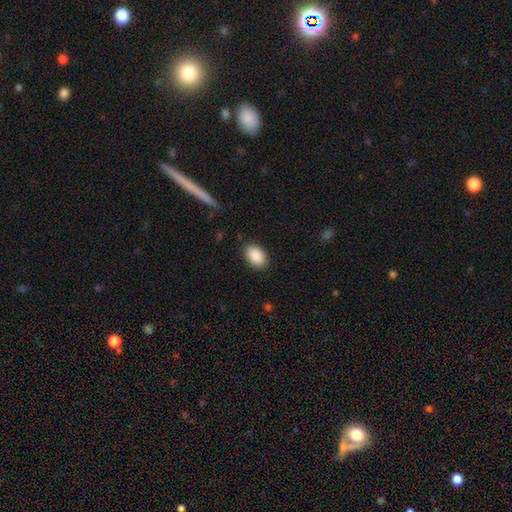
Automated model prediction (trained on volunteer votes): smooth-or-featured: smooth: 89% | star or artifact: 7% | featured or disk: 4%
  how-rounded: in between: 84% | round: 14% | cigar-shaped: 1%
  merging: none: 87% | minor disturbance: 9% | major disturbance: 3% | merger: 1%